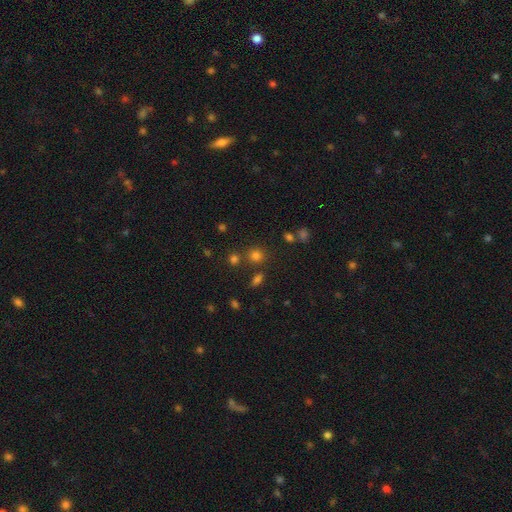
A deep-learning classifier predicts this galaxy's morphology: Overall: smooth (74%). How rounded: round (82%). Merging: none (74%).